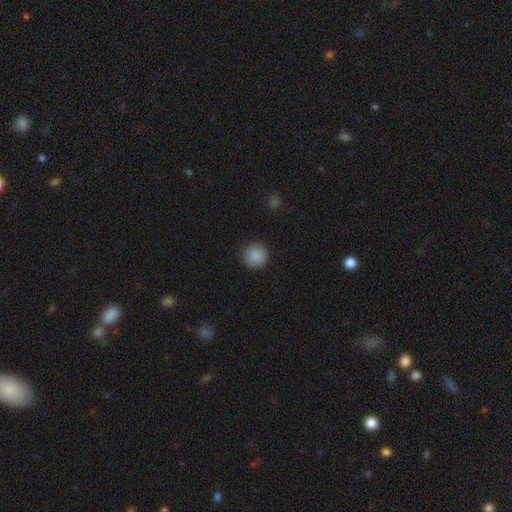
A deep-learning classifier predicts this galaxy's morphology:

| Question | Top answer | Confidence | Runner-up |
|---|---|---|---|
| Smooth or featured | smooth | 88% | star or artifact (8%) |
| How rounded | round | 95% | in between (4%) |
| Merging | none | 92% | minor disturbance (5%) |